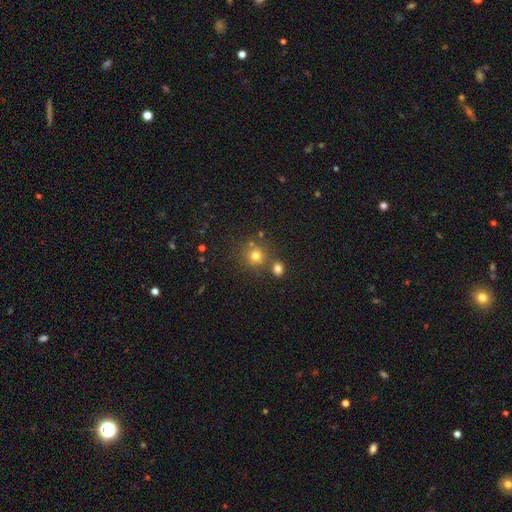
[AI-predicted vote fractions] This is likely a smooth galaxy (74%). How rounded: clearly round (90%). Merging: likely none (69%).